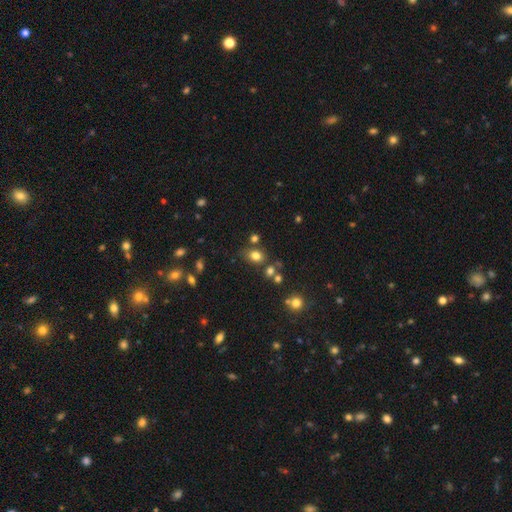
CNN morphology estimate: smooth-or-featured: smooth: 77% | star or artifact: 15% | featured or disk: 8%
  how-rounded: in between: 56% | round: 42% | cigar-shaped: 1%
  merging: none: 70% | minor disturbance: 14% | merger: 11% | major disturbance: 5%